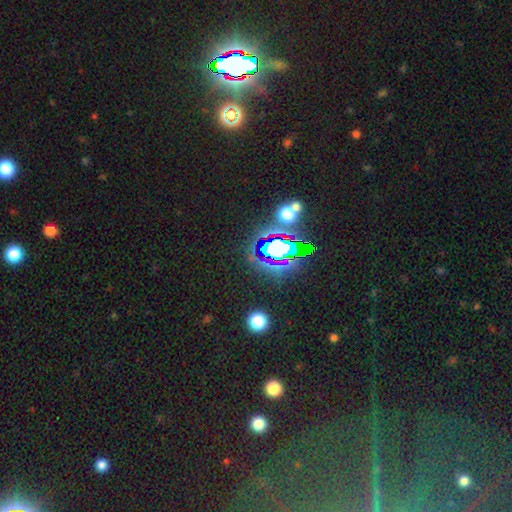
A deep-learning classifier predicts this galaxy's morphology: Smooth or featured: star or artifact — 81% (smooth — 11%)